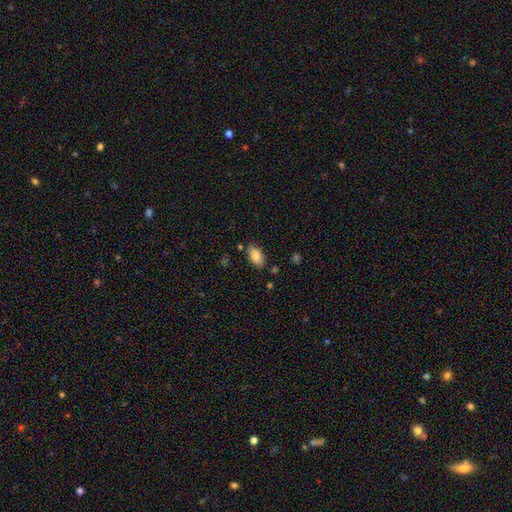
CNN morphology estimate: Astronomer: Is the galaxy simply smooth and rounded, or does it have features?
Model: smooth — 85%.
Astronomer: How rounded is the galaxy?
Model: in between — 93%.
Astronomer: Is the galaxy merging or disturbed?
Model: none — 80%.